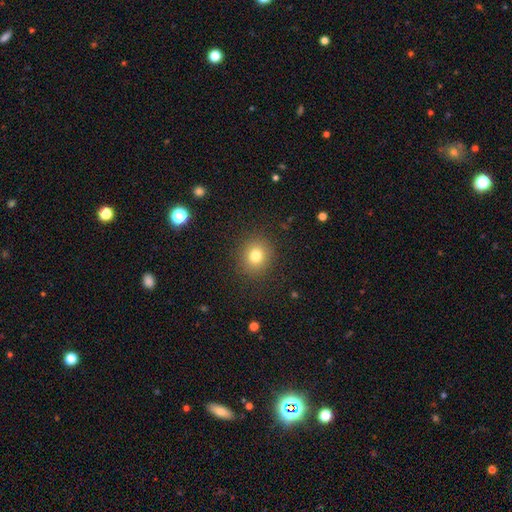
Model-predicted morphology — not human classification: Smooth or featured: smooth — 78% (star or artifact — 13%)
How rounded: round — 83% (in between — 16%)
Merging: none — 88% (minor disturbance — 8%)